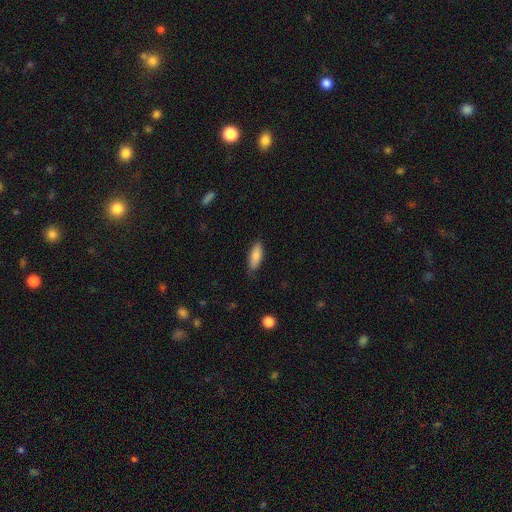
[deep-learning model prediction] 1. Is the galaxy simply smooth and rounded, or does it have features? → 86% smooth, 8% featured or disk, 6% star or artifact.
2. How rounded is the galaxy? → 69% in between, 29% cigar-shaped, 2% round.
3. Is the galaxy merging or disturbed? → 81% none, 15% minor disturbance, 3% major disturbance, 1% merger.